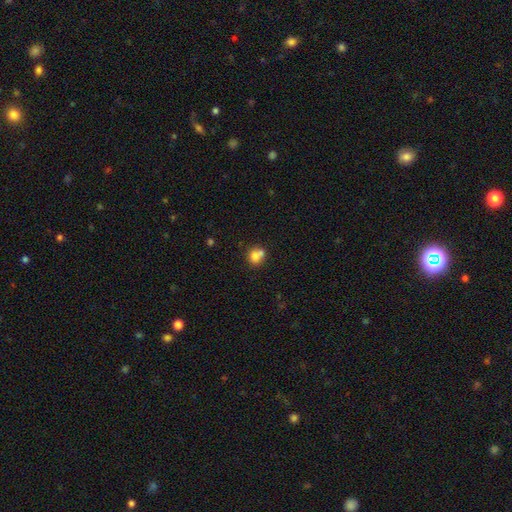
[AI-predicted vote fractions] Smooth or featured?
  - smooth: 75% *
  - featured or disk: 15%
  - star or artifact: 11%
How rounded?
  - round: 69% *
  - in between: 30%
  - cigar-shaped: 1%
Merging?
  - merger: 47% *
  - none: 39%
  - minor disturbance: 10%
  - major disturbance: 4%